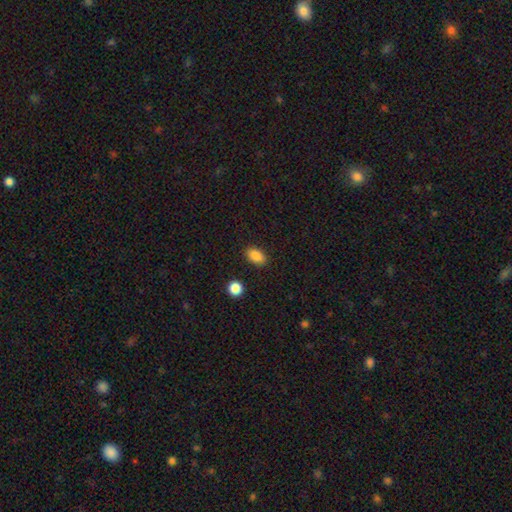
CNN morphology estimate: type=smooth (87%); roundness=in between (89%); merging=none (88%).